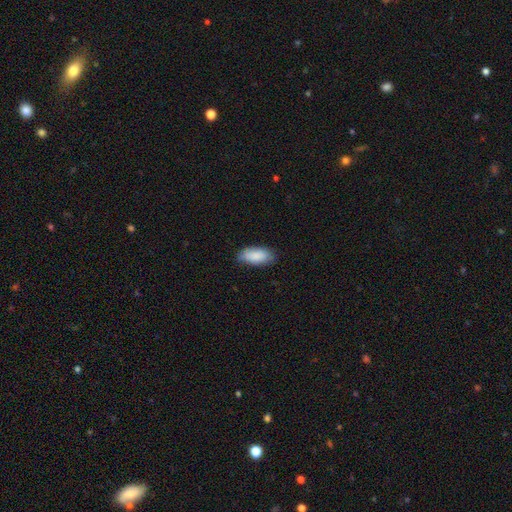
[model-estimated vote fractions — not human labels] Smooth or featured?
  - smooth: 86% *
  - featured or disk: 8%
  - star or artifact: 6%
How rounded?
  - in between: 90% *
  - cigar-shaped: 8%
  - round: 2%
Merging?
  - none: 78% *
  - minor disturbance: 18%
  - major disturbance: 3%
  - merger: 1%